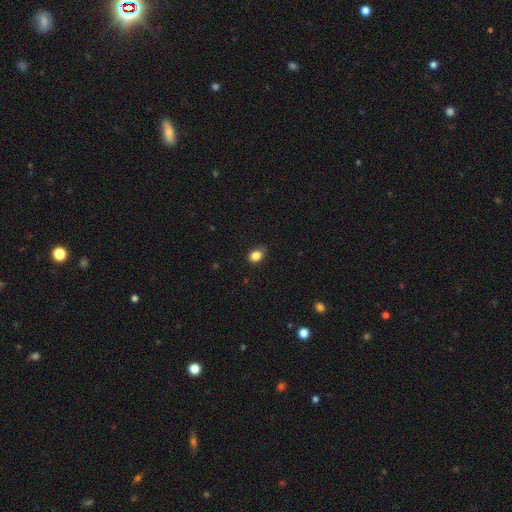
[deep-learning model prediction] Q: Smooth or featured?
A: smooth (85%); runner-up: star or artifact (10%)
Q: How rounded?
A: in between (59%); runner-up: round (40%)
Q: Merging?
A: none (75%); runner-up: minor disturbance (20%)